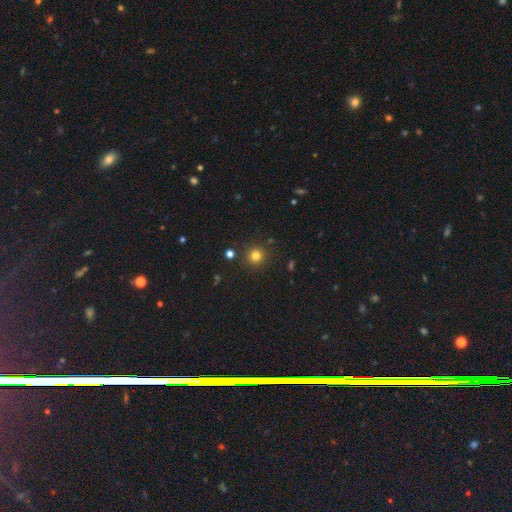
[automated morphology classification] This is likely a smooth galaxy (79%). How rounded: clearly round (94%). Merging: clearly none (88%).